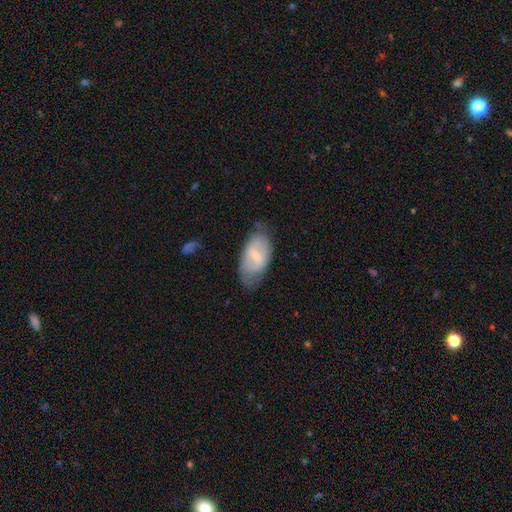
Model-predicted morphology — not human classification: Overall: featured or disk (50%; smooth 43%). Edge-on disk: no (91%). Merging: none (67%).